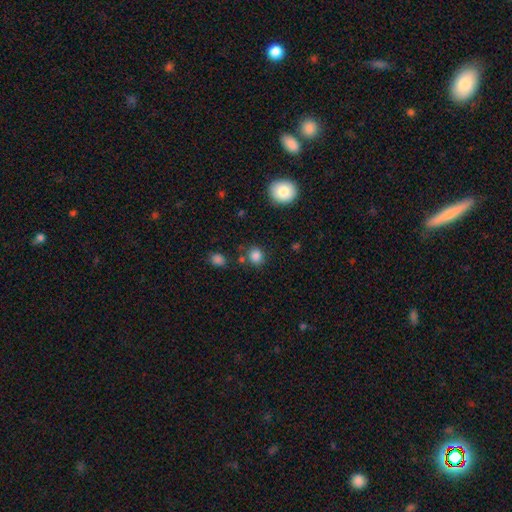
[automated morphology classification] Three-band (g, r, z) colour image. It shows a smooth galaxy with no disk features (83%) that is round (79%). Merging: none (74%).